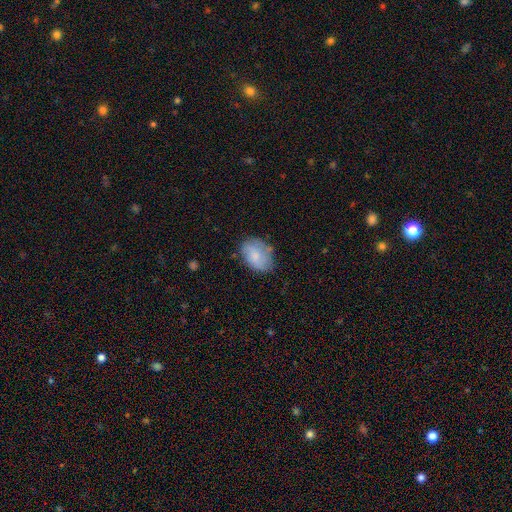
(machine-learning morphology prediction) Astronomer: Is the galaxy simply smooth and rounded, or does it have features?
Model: smooth — 73%.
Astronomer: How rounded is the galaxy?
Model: in between — 83%.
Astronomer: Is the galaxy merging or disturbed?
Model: none — 64%.